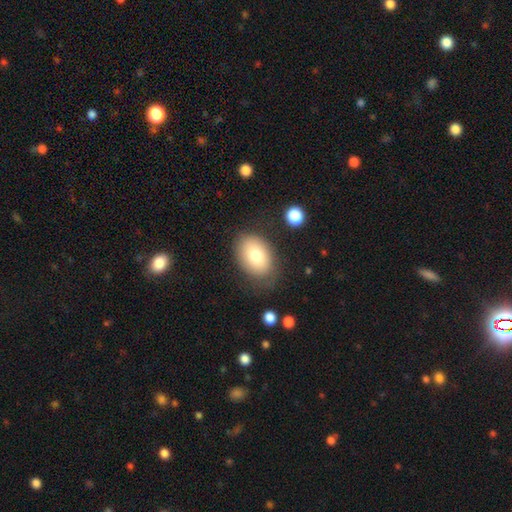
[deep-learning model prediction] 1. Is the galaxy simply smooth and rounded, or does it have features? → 76% smooth, 15% featured or disk, 9% star or artifact.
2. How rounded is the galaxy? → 78% in between, 21% round, 1% cigar-shaped.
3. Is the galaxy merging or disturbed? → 74% none, 18% minor disturbance, 6% major disturbance, 2% merger.